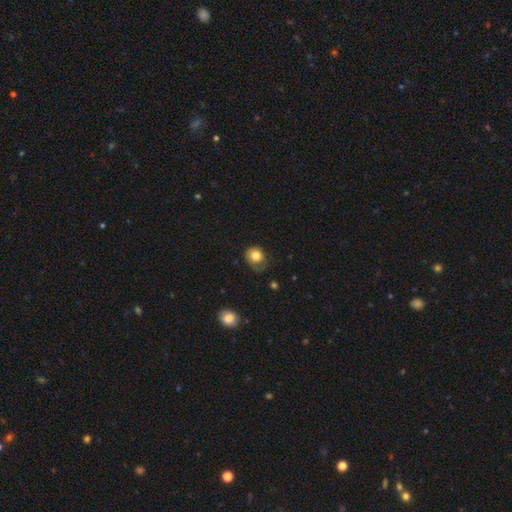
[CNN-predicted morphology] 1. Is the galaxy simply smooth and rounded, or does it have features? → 80% smooth, 10% featured or disk, 10% star or artifact.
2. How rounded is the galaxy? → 76% round, 23% in between, 1% cigar-shaped.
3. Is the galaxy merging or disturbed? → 56% none, 30% minor disturbance, 12% major disturbance, 2% merger.